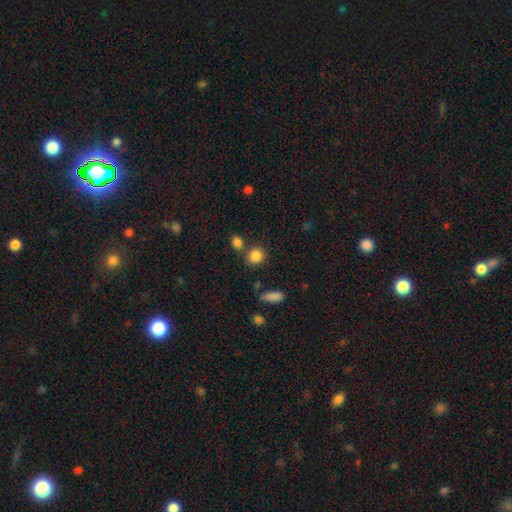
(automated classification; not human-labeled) Smooth or featured? Predicted: smooth (p=0.85). How rounded? Predicted: round (p=0.78). Merging? Predicted: none (p=0.69).